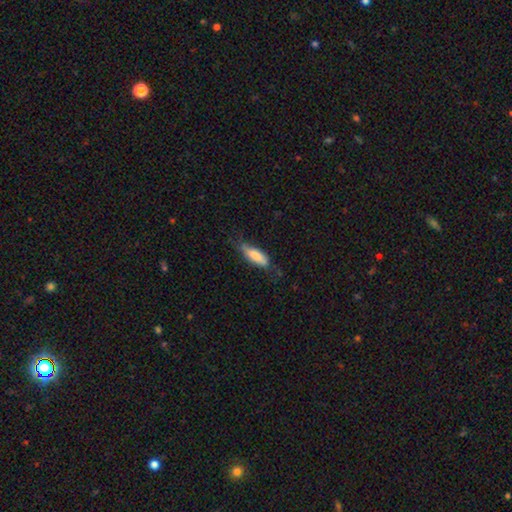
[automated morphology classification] smooth_or_featured: smooth (p=0.74) [alt: featured or disk p=0.20]
how_rounded: in between (p=0.56) [alt: cigar-shaped p=0.42]
merging: none (p=0.55) [alt: minor disturbance p=0.33]